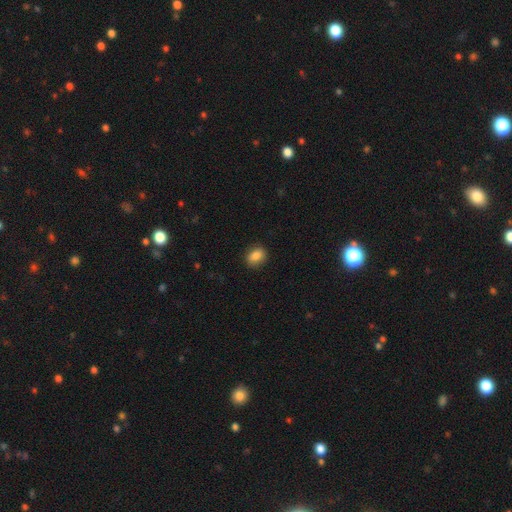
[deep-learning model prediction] Smooth or featured? smooth (85%)
How rounded? in between (58%)
Merging? none (87%)